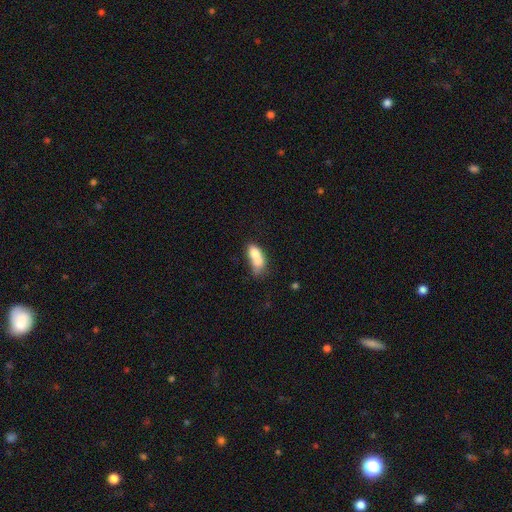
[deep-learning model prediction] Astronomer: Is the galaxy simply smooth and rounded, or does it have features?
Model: smooth — 70%.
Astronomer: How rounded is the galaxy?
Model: in between — 79%.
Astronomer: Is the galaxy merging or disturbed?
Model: merger — 52%.